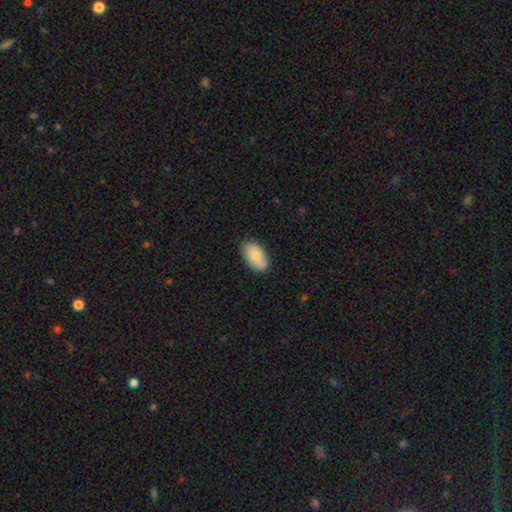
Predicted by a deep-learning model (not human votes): This is likely a smooth galaxy (77%). How rounded: clearly in between (94%). Merging: likely none (79%).